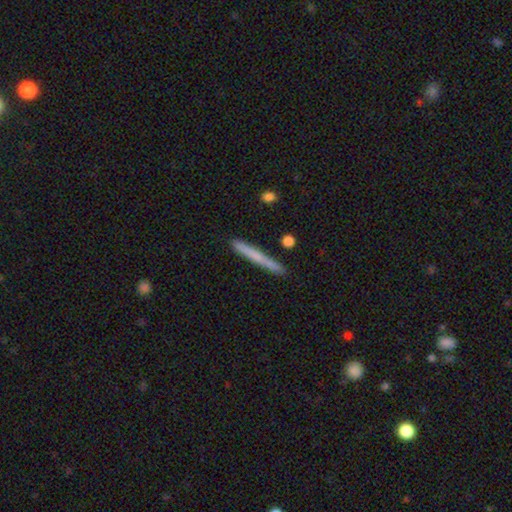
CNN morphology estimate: Smooth or featured? smooth (61%)
How rounded? cigar-shaped (97%)
Merging? none (89%)